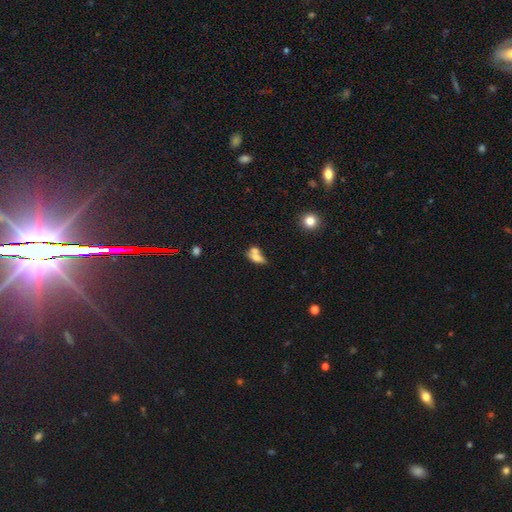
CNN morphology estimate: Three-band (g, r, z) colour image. It shows a smooth galaxy with no disk features (65%) that is in between round and cigar-shaped (73%). Merging: merger (54%).